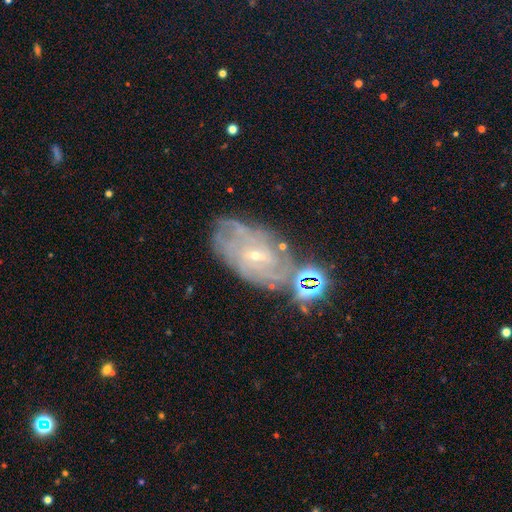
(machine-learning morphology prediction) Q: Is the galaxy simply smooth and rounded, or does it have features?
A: featured or disk — 79%.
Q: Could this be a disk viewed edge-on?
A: no — 95%.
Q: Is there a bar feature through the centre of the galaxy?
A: weak — 46%.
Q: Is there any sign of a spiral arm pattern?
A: yes — 90%.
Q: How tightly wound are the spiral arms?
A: tight — 62%.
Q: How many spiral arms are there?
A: can't tell — 50%.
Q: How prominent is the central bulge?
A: small — 81%.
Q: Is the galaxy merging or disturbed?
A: none — 57%.